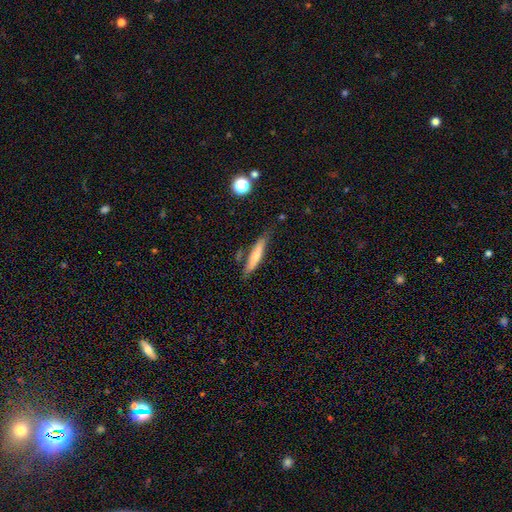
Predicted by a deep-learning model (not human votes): A smooth galaxy with no disk features (62%) that is cigar-shaped (89%). Merging: none (72%).